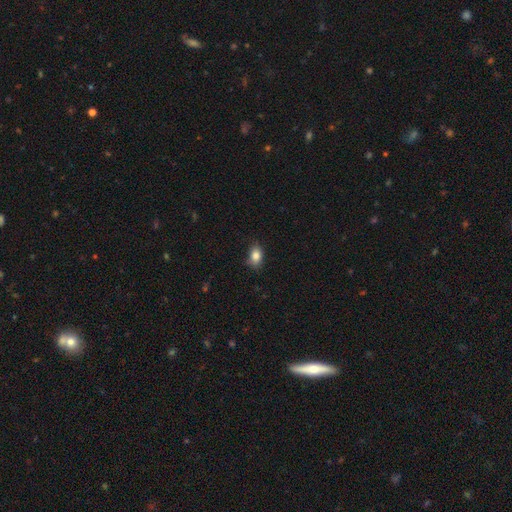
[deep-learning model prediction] A smooth galaxy with no disk features (85%) that is in between round and cigar-shaped (81%).

Vote fractions:
- Smooth or featured? smooth: 85% / star or artifact: 9% / featured or disk: 6%
- How rounded? in between: 81% / round: 17% / cigar-shaped: 2%
- Merging? none: 78% / minor disturbance: 18% / major disturbance: 3% / merger: 1%